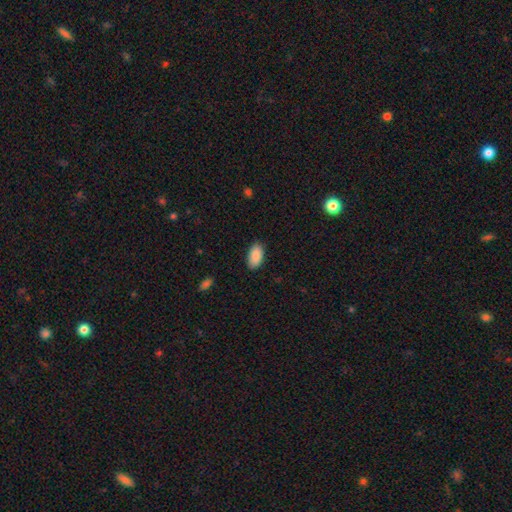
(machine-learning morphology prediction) Smooth or featured? smooth (89%)
How rounded? in between (95%)
Merging? none (86%)